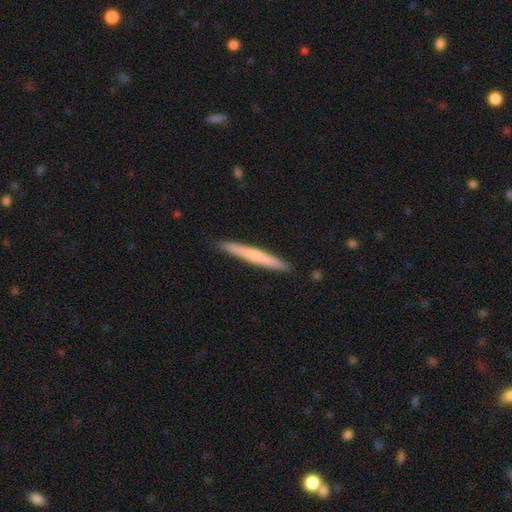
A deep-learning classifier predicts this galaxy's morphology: A smooth galaxy with no disk features (58%) that is cigar-shaped (97%). Merging: none (92%).